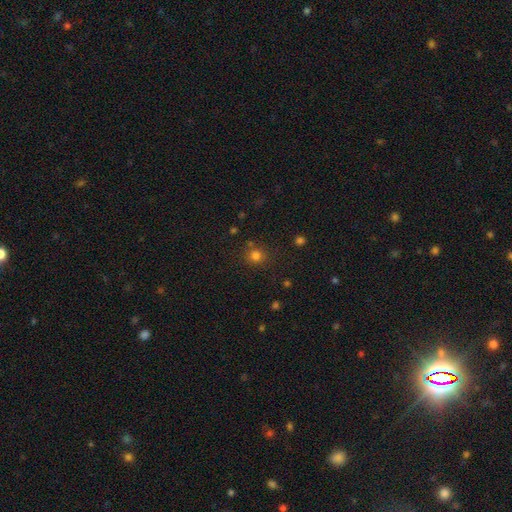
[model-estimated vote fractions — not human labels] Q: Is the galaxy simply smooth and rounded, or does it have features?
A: smooth — 79%.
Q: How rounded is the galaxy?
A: round — 89%.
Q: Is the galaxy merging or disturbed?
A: none — 80%.